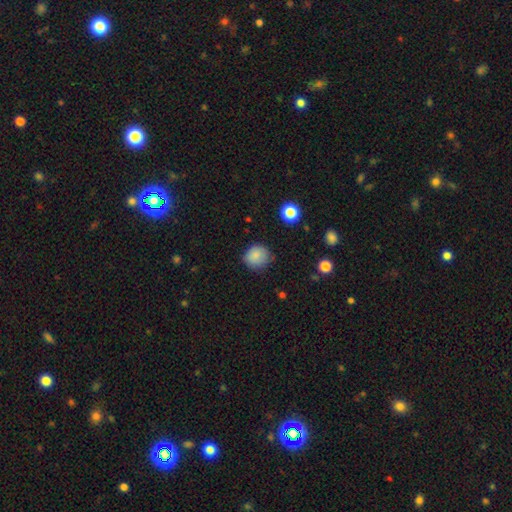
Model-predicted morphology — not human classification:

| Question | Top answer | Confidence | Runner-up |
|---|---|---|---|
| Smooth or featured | smooth | 84% | star or artifact (10%) |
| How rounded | round | 82% | in between (17%) |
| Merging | none | 74% | minor disturbance (20%) |